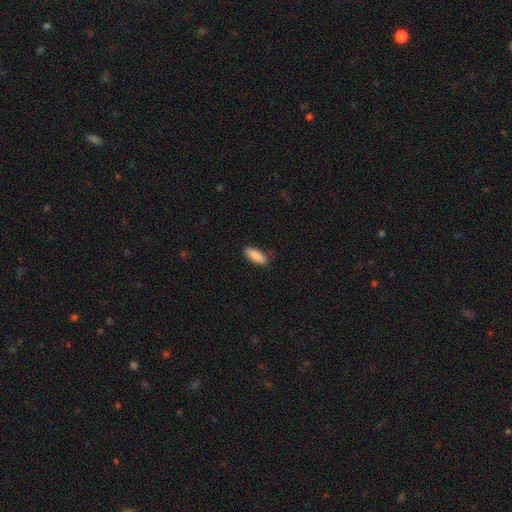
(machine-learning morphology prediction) Smooth or featured? smooth (89%)
How rounded? in between (71%)
Merging? none (82%)